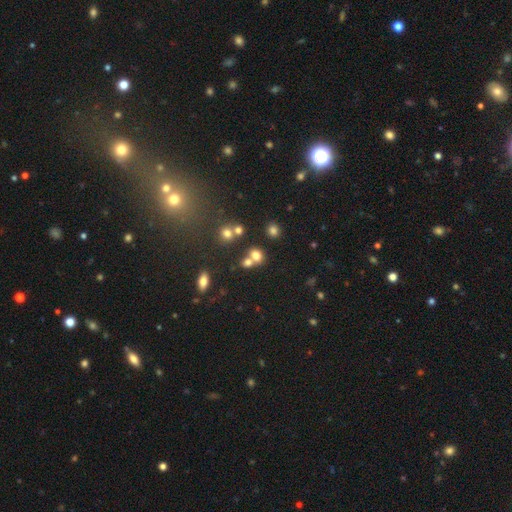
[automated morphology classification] Smooth or featured?
  - smooth: 71% *
  - star or artifact: 16%
  - featured or disk: 12%
How rounded?
  - round: 58% *
  - in between: 41%
  - cigar-shaped: 1%
Merging?
  - merger: 46% *
  - none: 41%
  - minor disturbance: 9%
  - major disturbance: 4%